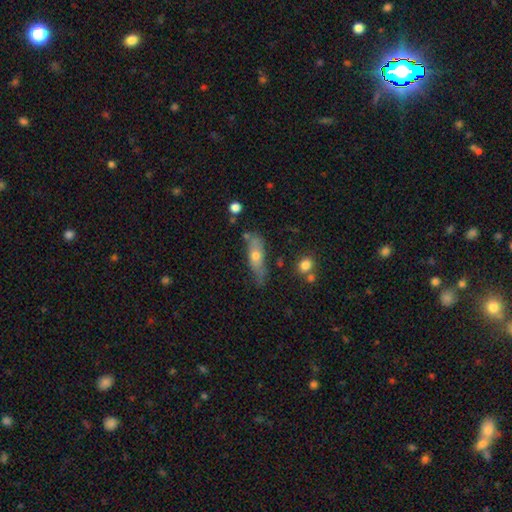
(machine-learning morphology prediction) Smooth or featured: smooth — 58% (featured or disk — 35%)
How rounded: in between — 51% (cigar-shaped — 45%)
Merging: none — 55% (minor disturbance — 29%)